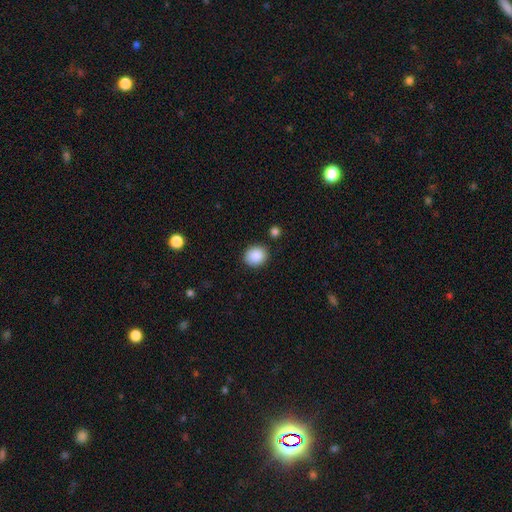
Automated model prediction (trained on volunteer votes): Morphology: type=smooth (89%); roundness=round (70%); merging=none (86%).